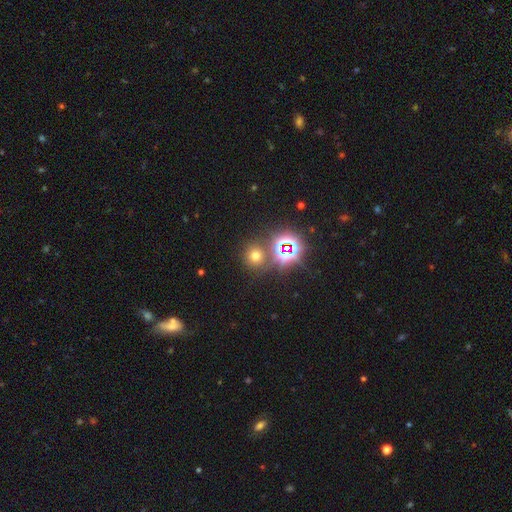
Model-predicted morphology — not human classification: Smooth or featured?
  - smooth: 56% *
  - star or artifact: 36%
  - featured or disk: 9%
How rounded?
  - round: 89% *
  - in between: 10%
  - cigar-shaped: 1%
Merging?
  - none: 79% *
  - merger: 9%
  - minor disturbance: 8%
  - major disturbance: 4%